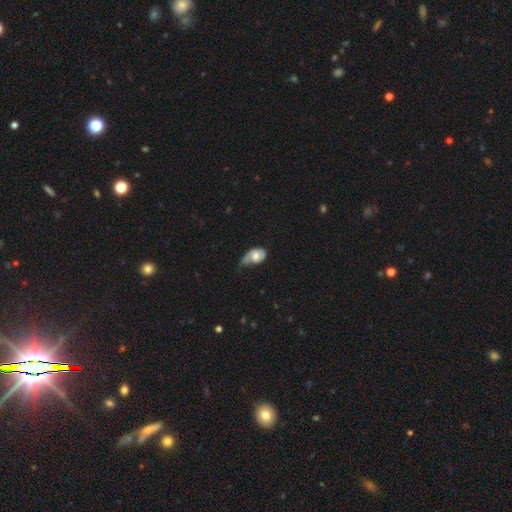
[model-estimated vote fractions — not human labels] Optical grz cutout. It shows a smooth galaxy with no disk features (51%) that is in between round and cigar-shaped (81%). Merging: minor disturbance (40%).